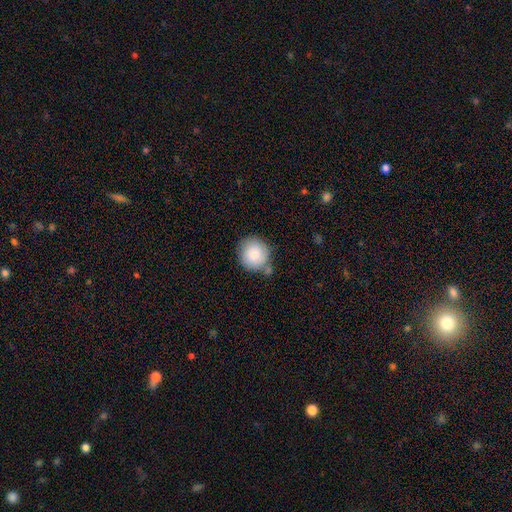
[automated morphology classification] This is clearly a smooth galaxy (86%). How rounded: clearly round (88%). Merging: likely none (67%).